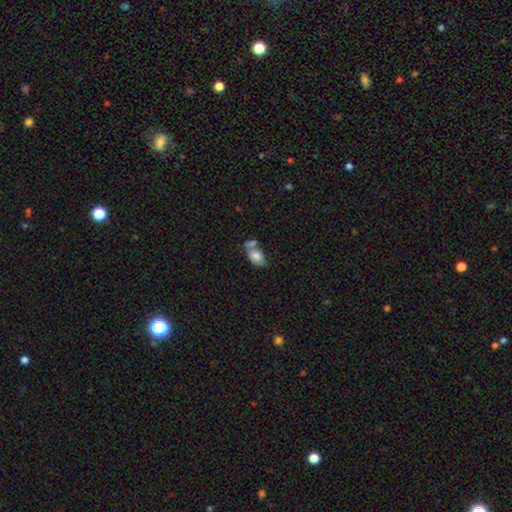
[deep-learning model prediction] The model was most divided on "merging": merger: 47%, none: 29%, minor disturbance: 16%, major disturbance: 8%. More confident: how rounded — in between (87%); smooth or featured — smooth (73%).